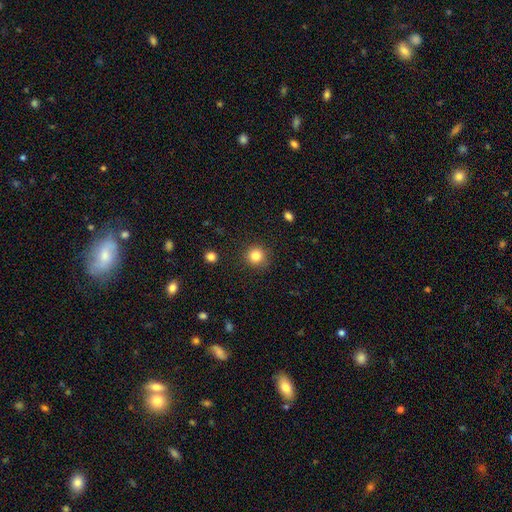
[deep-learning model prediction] Smooth or featured? Predicted: smooth (p=0.83). How rounded? Predicted: round (p=0.93). Merging? Predicted: none (p=0.89).